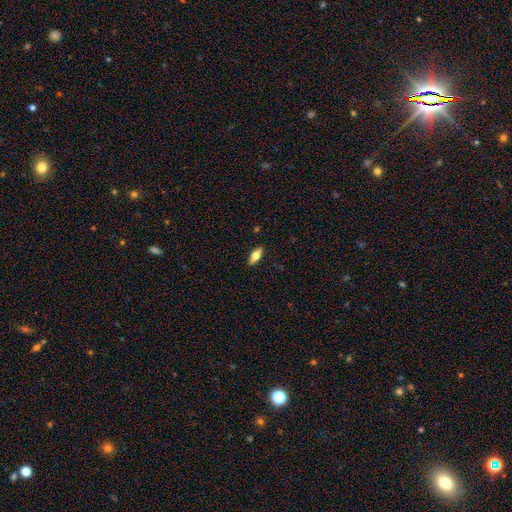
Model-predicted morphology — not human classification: This is possibly a smooth galaxy (59%). How rounded: likely in between (71%). Merging: clearly none (89%).